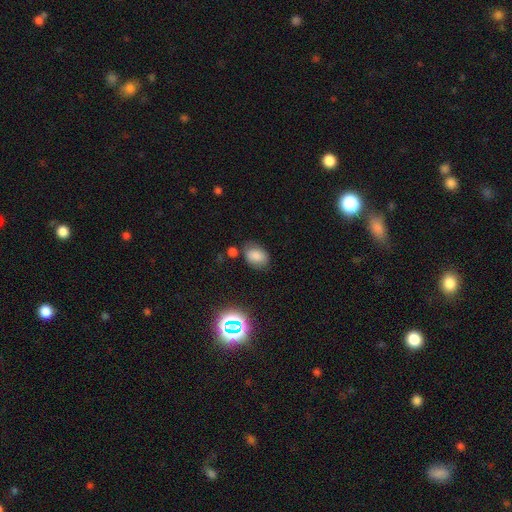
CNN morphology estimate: Smooth or featured: smooth — 77% (star or artifact — 14%)
How rounded: in between — 76% (round — 22%)
Merging: none — 69% (minor disturbance — 20%)